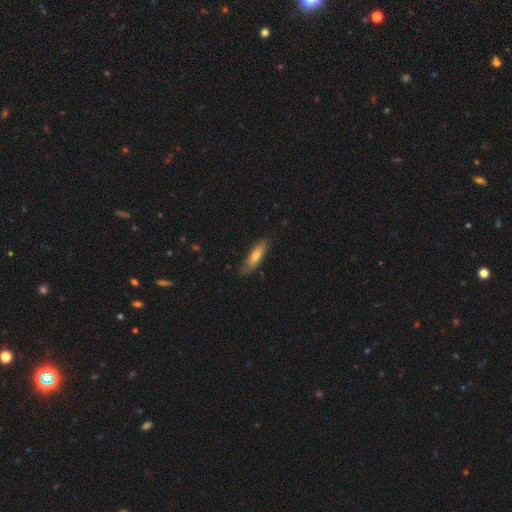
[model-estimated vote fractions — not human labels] The model was most divided on "smooth or featured": smooth: 65%, featured or disk: 29%, star or artifact: 6%. More confident: merging — none (80%); how rounded — cigar-shaped (67%).